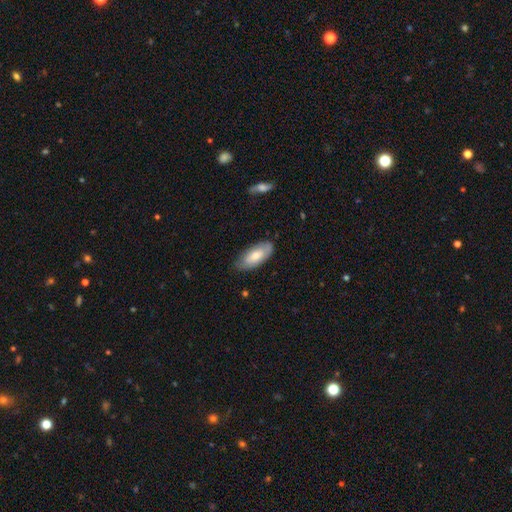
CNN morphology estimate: The model was most divided on "smooth or featured": smooth: 70%, featured or disk: 24%, star or artifact: 6%. More confident: how rounded — in between (88%); merging — none (78%).